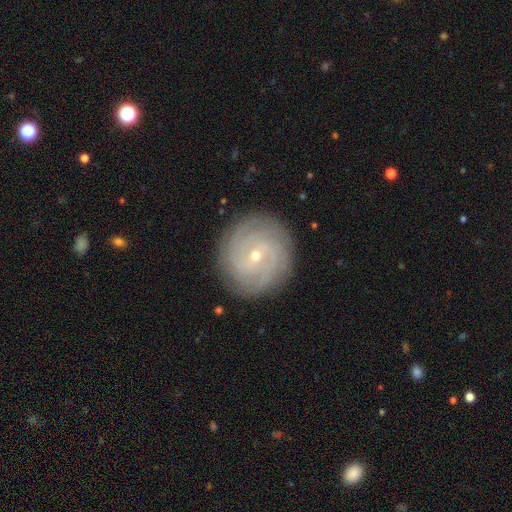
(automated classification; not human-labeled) Smooth or featured? Predicted: featured or disk (p=0.83). Edge-on disk? Predicted: no (p=0.98). Bar? Predicted: no (p=0.51). Spiral arms? Predicted: yes (p=0.96). Spiral winding? Predicted: tight (p=0.79). Spiral arm count? Predicted: can't tell (p=0.27). Bulge size? Predicted: small (p=0.67). Merging? Predicted: none (p=0.88).